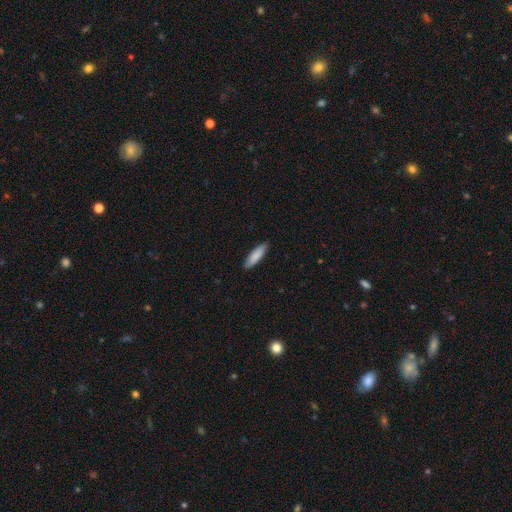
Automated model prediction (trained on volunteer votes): Q: Smooth or featured?
A: smooth (85%); runner-up: featured or disk (9%)
Q: How rounded?
A: cigar-shaped (67%); runner-up: in between (32%)
Q: Merging?
A: none (88%); runner-up: minor disturbance (9%)